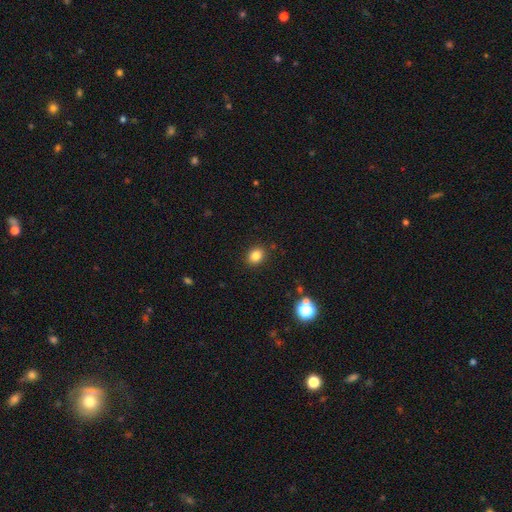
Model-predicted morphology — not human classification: The model was most divided on "how rounded": in between: 50%, round: 49%, cigar-shaped: 1%. More confident: merging — none (89%); smooth or featured — smooth (82%).